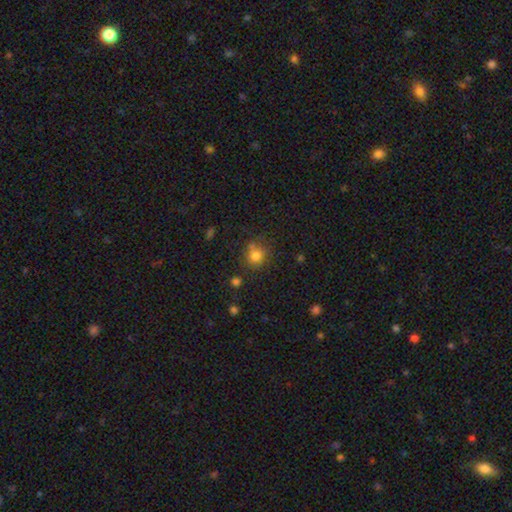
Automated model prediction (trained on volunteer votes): The model was most divided on "merging": none: 63%, minor disturbance: 20%, merger: 9%, major disturbance: 8%. More confident: how rounded — round (78%); smooth or featured — smooth (75%).